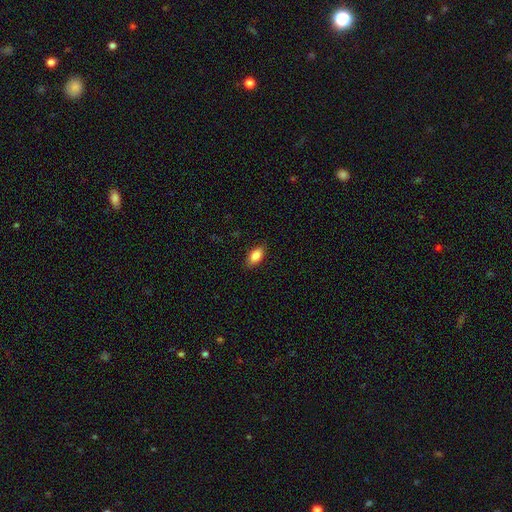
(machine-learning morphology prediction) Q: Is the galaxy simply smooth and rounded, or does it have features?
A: smooth — 87%.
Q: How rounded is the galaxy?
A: in between — 91%.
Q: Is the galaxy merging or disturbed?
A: none — 86%.